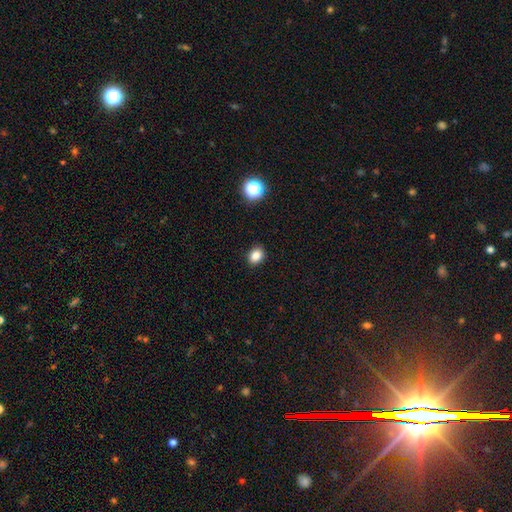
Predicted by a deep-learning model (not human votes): Smooth or featured? smooth (85%)
How rounded? in between (57%)
Merging? none (89%)